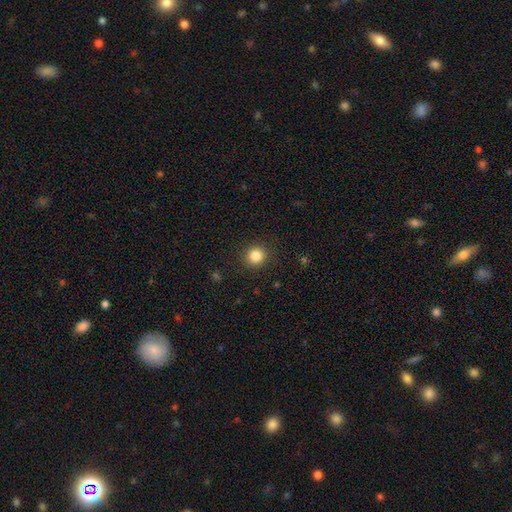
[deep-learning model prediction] This is clearly a smooth galaxy (85%). How rounded: clearly round (91%). Merging: clearly none (90%).